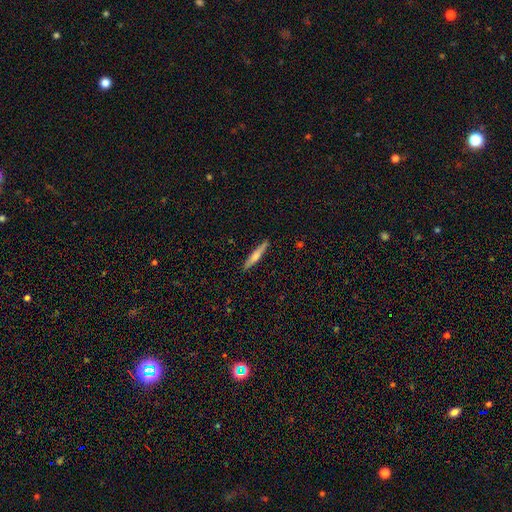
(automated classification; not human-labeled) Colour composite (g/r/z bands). It shows a smooth galaxy with no disk features (58%) that is cigar-shaped (92%). Merging: none (90%).